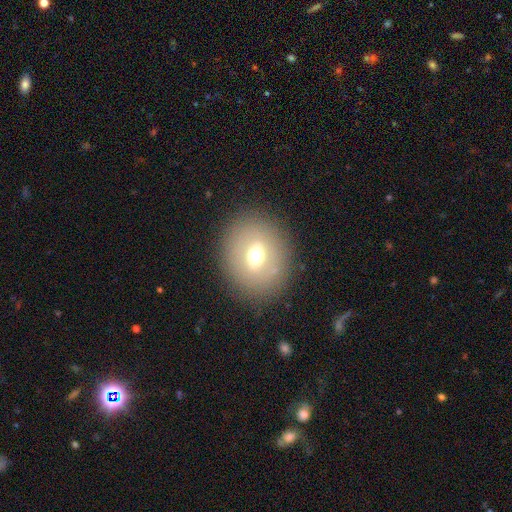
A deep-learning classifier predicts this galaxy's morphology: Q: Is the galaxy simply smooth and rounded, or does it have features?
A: smooth — 54%.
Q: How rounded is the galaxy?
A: round — 73%.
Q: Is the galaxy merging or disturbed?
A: none — 86%.